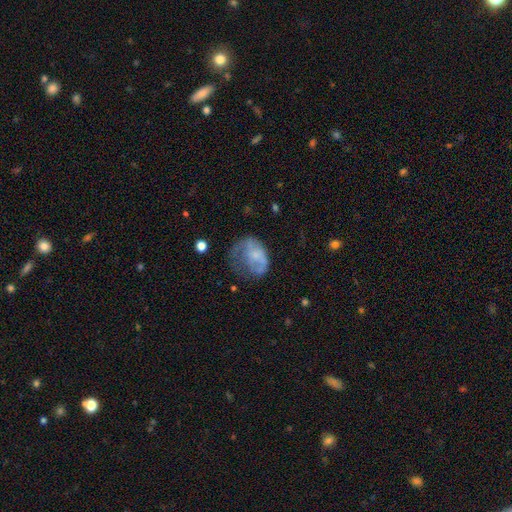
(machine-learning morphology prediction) Q: Smooth or featured?
A: smooth (51%); runner-up: featured or disk (38%)
Q: How rounded?
A: in between (65%); runner-up: round (34%)
Q: Merging?
A: major disturbance (45%); runner-up: minor disturbance (26%)